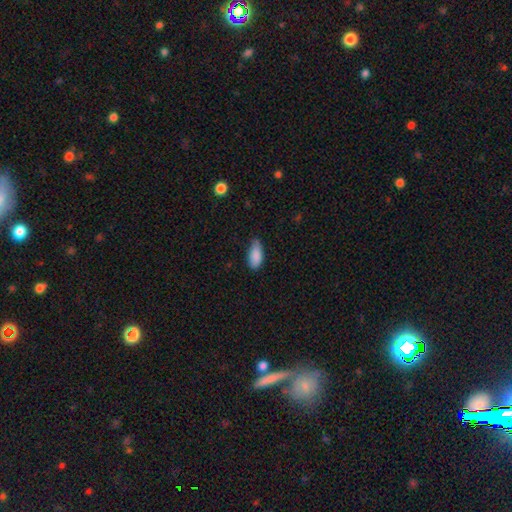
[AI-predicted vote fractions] A smooth galaxy with no disk features (88%) that is in between round and cigar-shaped (88%).

Vote fractions:
- Smooth or featured? smooth: 88% / star or artifact: 7% / featured or disk: 6%
- How rounded? in between: 88% / cigar-shaped: 10% / round: 2%
- Merging? none: 61% / minor disturbance: 33% / major disturbance: 5% / merger: 1%